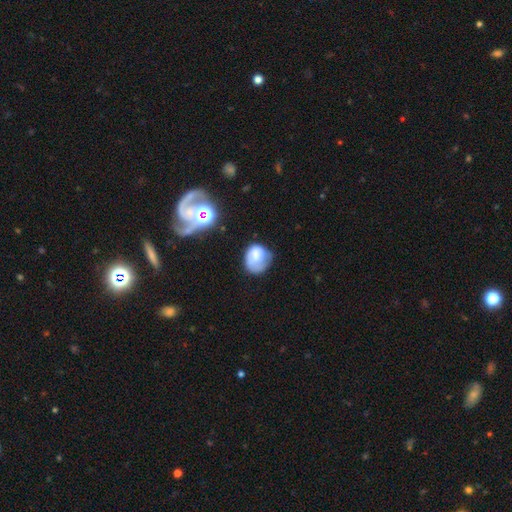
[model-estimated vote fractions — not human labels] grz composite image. It shows a smooth galaxy with no disk features (64%) that is round (63%). Merging: none (45%).